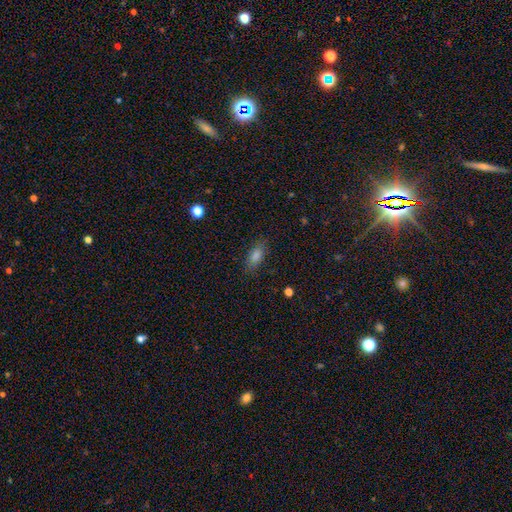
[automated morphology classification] Smooth or featured? Predicted: smooth (p=0.75). How rounded? Predicted: in between (p=0.76). Merging? Predicted: none (p=0.86).